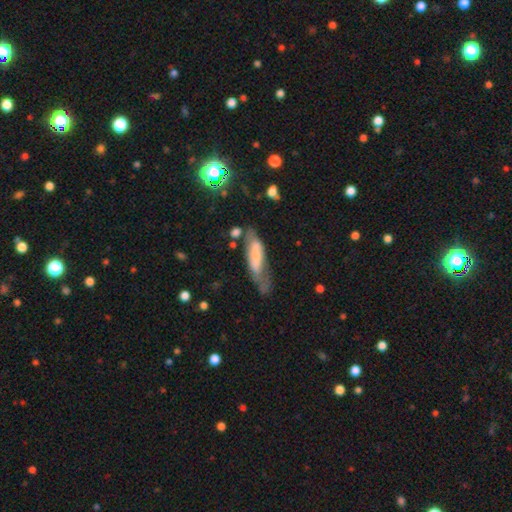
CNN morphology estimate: smooth-or-featured: smooth: 51% | featured or disk: 41% | star or artifact: 8%
  how-rounded: cigar-shaped: 54% | in between: 44% | round: 2%
  merging: none: 35% | minor disturbance: 30% | major disturbance: 27% | merger: 9%